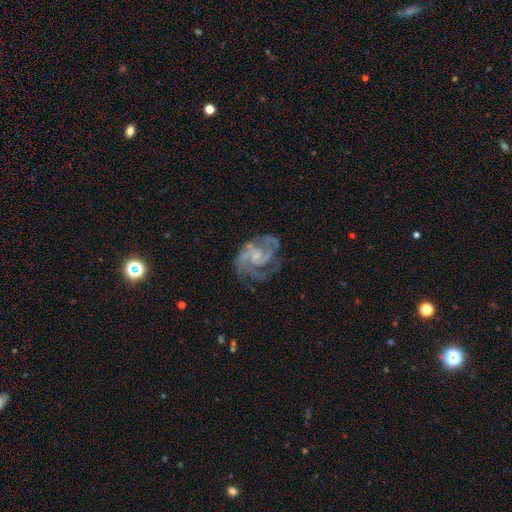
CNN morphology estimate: This appears to be a featured or disk galaxy (90%) with no bar (54%), 2 (39%) medium (51%) spiral arms (97%) and a small central bulge (69%). Merging: none (63%).